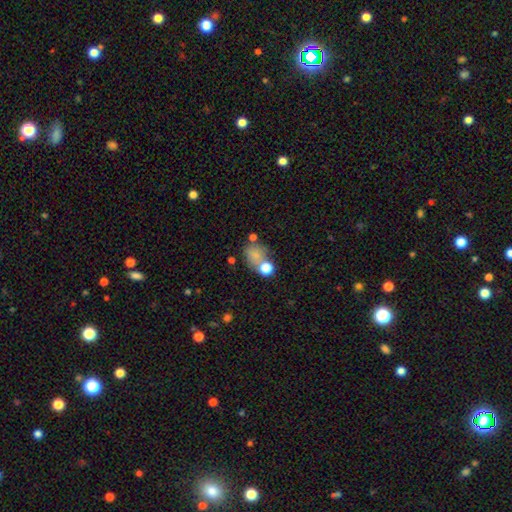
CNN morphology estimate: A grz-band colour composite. It shows a smooth galaxy with no disk features (73%) that is round (50%). Merging: none (47%).